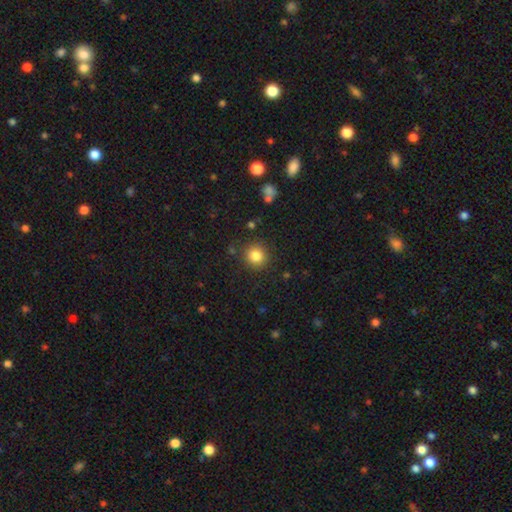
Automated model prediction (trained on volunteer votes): Morphology: type=smooth (83%); roundness=round (91%); merging=none (87%).